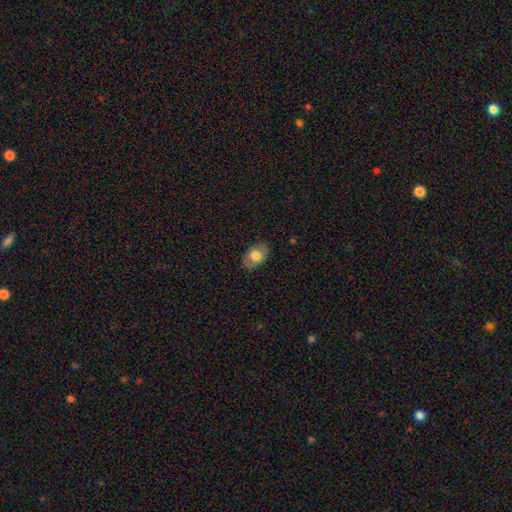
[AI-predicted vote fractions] smooth 75%, featured or disk 18%, star or artifact 7%. Down the decision tree: how rounded — in between (84%); merging — none (84%).